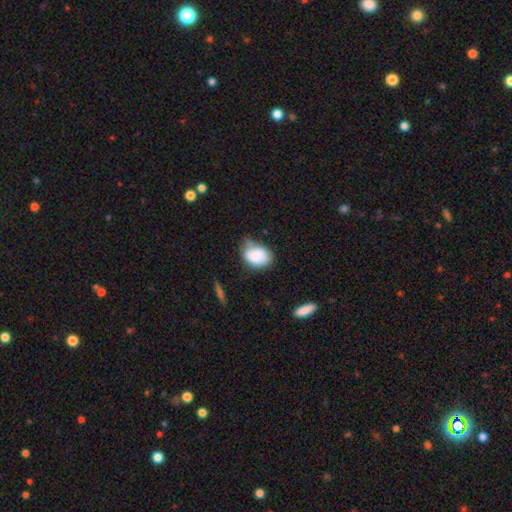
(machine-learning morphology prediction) This appears to be a smooth galaxy with no disk features (72%) that is in between round and cigar-shaped (74%). Merging: none (45%).